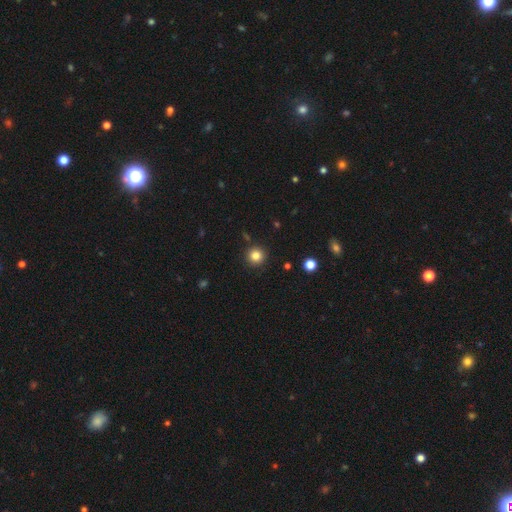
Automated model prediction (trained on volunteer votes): Smooth or featured? Predicted: smooth (p=0.83). How rounded? Predicted: round (p=0.95). Merging? Predicted: none (p=0.90).